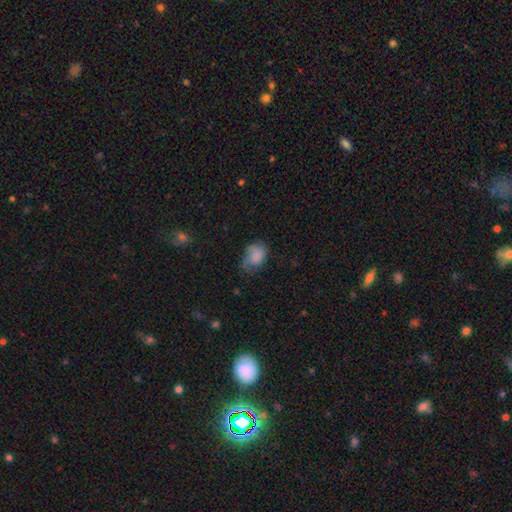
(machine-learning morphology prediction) A smooth galaxy with no disk features (79%) that is in between round and cigar-shaped (76%).

Vote fractions:
- Smooth or featured? smooth: 79% / featured or disk: 13% / star or artifact: 8%
- How rounded? in between: 76% / round: 23% / cigar-shaped: 1%
- Merging? none: 44% / minor disturbance: 36% / major disturbance: 18% / merger: 2%